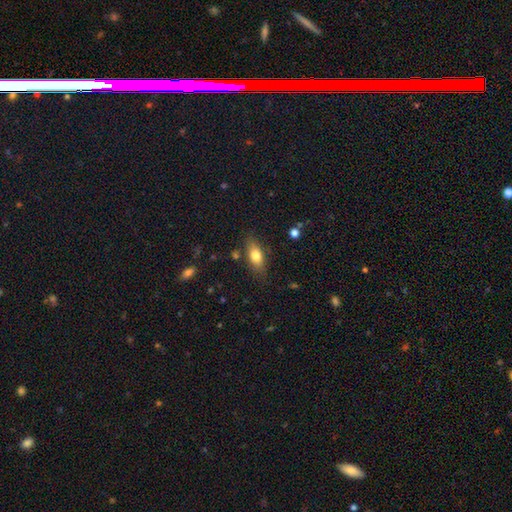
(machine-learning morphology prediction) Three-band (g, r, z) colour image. It shows a smooth galaxy with no disk features (76%) that is in between round and cigar-shaped (82%). Merging: none (78%).